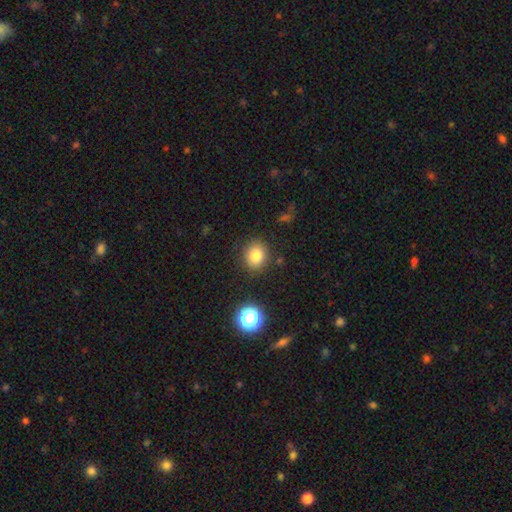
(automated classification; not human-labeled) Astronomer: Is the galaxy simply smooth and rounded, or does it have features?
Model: smooth — 81%.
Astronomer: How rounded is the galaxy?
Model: round — 72%.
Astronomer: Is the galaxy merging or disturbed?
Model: none — 87%.